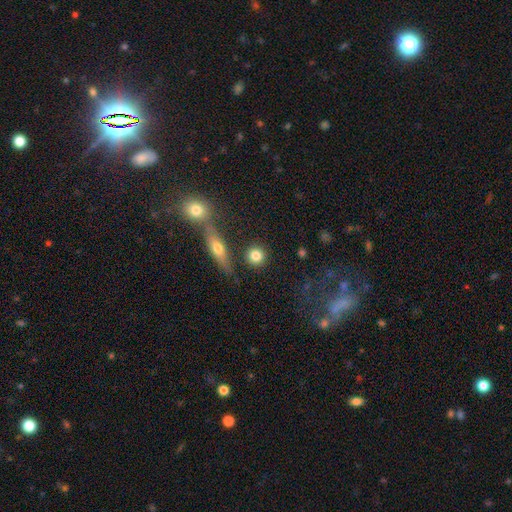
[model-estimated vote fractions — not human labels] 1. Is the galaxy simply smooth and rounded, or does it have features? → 82% smooth, 10% featured or disk, 9% star or artifact.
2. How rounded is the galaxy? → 89% round, 8% in between, 3% cigar-shaped.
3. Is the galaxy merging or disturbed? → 83% none, 7% minor disturbance, 7% merger, 3% major disturbance.